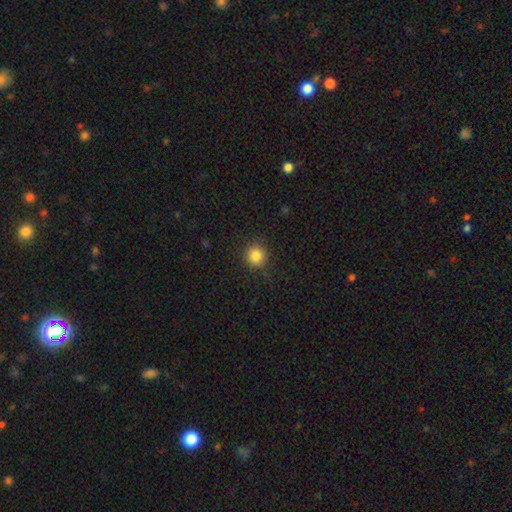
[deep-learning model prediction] Q: Smooth or featured?
A: smooth (85%); runner-up: star or artifact (11%)
Q: How rounded?
A: round (93%); runner-up: in between (6%)
Q: Merging?
A: none (86%); runner-up: minor disturbance (10%)